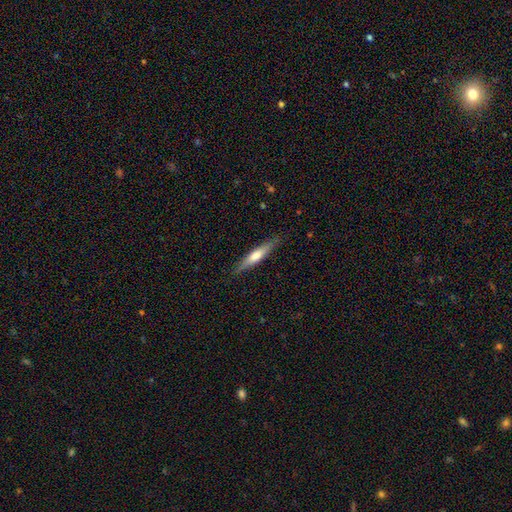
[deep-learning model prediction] Morphology: type=smooth (48%); merging=none (86%).